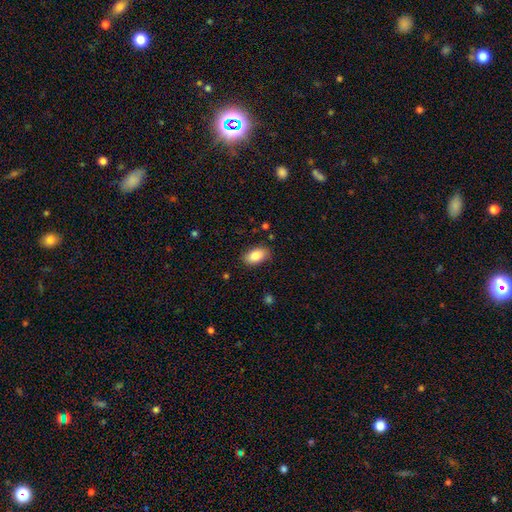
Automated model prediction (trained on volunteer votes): Overall: smooth (86%). How rounded: in between (92%). Merging: none (85%).